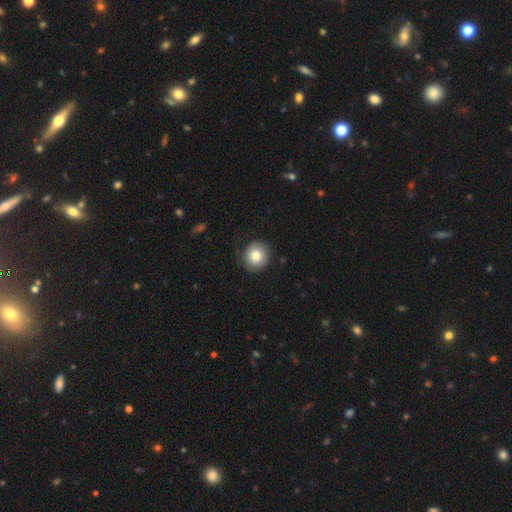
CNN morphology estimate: Smooth or featured? Predicted: smooth (p=0.80). How rounded? Predicted: round (p=0.90). Merging? Predicted: none (p=0.83).